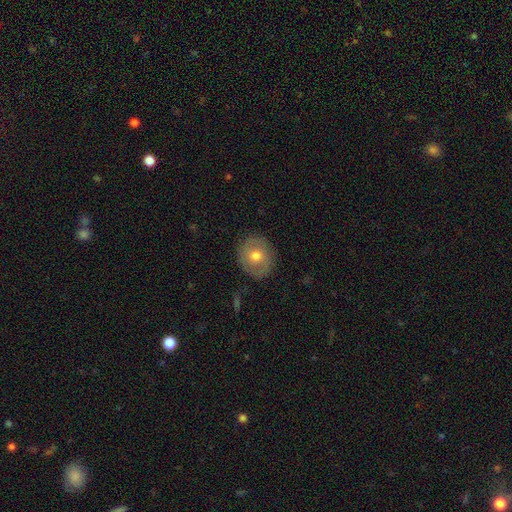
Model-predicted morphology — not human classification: Smooth or featured: smooth — 62% (featured or disk — 30%)
How rounded: round — 78% (in between — 21%)
Merging: none — 86% (minor disturbance — 10%)